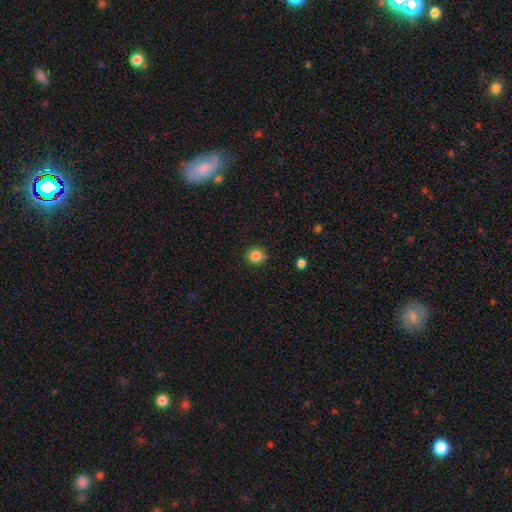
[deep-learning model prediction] Smooth or featured?
  - smooth: 84% *
  - star or artifact: 11%
  - featured or disk: 5%
How rounded?
  - round: 89% *
  - in between: 10%
  - cigar-shaped: 1%
Merging?
  - none: 87% *
  - minor disturbance: 9%
  - major disturbance: 2%
  - merger: 1%